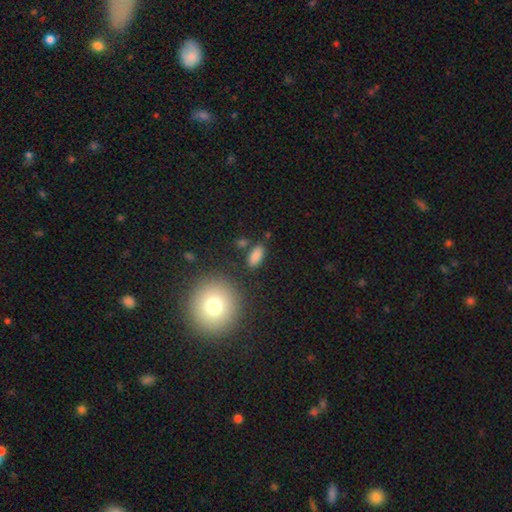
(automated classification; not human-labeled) Q: Smooth or featured?
A: smooth (84%); runner-up: star or artifact (10%)
Q: How rounded?
A: in between (85%); runner-up: cigar-shaped (10%)
Q: Merging?
A: none (81%); runner-up: minor disturbance (11%)